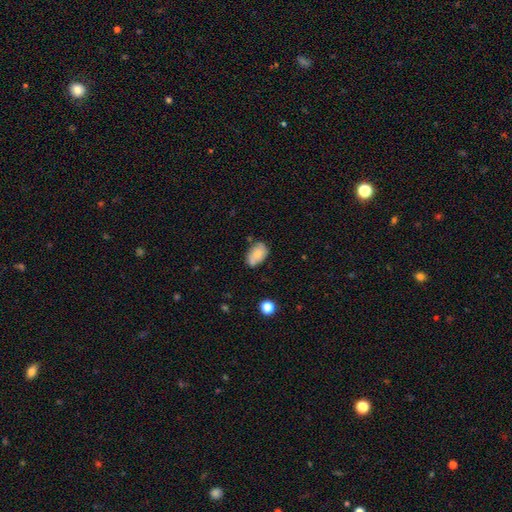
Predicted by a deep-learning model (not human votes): smooth_or_featured: smooth (p=0.74) [alt: featured or disk p=0.18]
how_rounded: in between (p=0.88) [alt: round p=0.10]
merging: none (p=0.58) [alt: minor disturbance p=0.27]